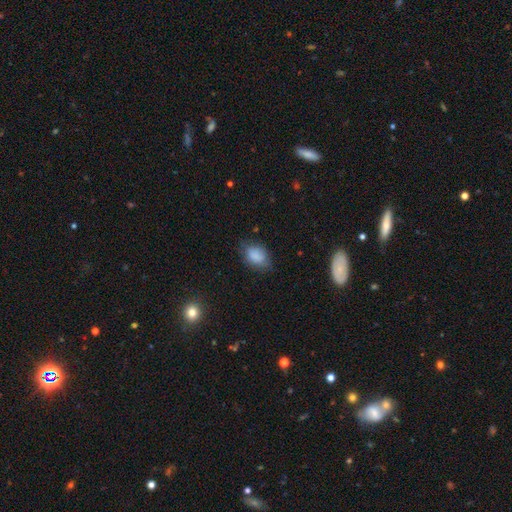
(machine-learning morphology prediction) A smooth galaxy with no disk features (80%) that is in between round and cigar-shaped (77%). Merging: none (64%).